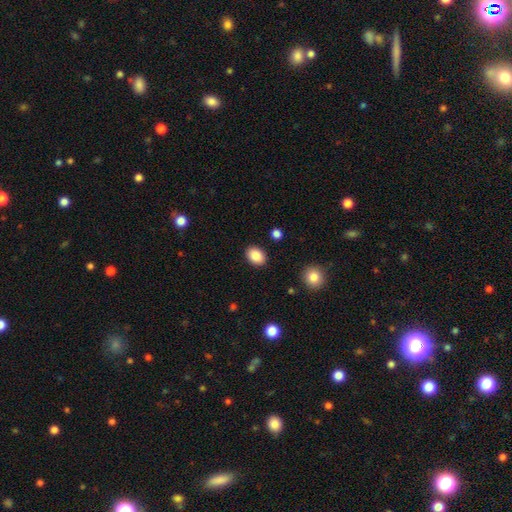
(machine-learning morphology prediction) This appears to be a smooth galaxy with no disk features (87%) that is in between round and cigar-shaped (68%). Merging: none (89%).